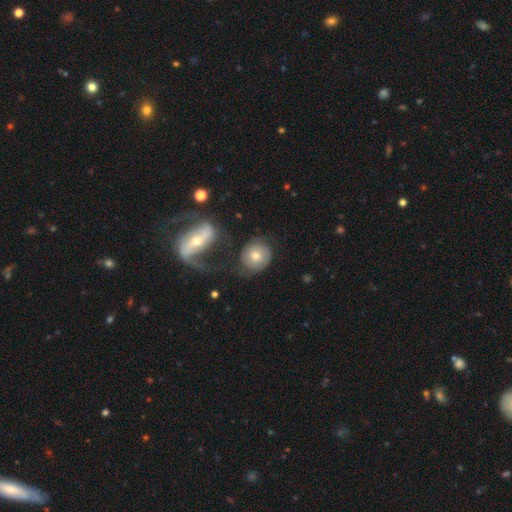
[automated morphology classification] This is possibly a smooth galaxy (52%). How rounded: clearly round (84%). Merging: likely none (64%).